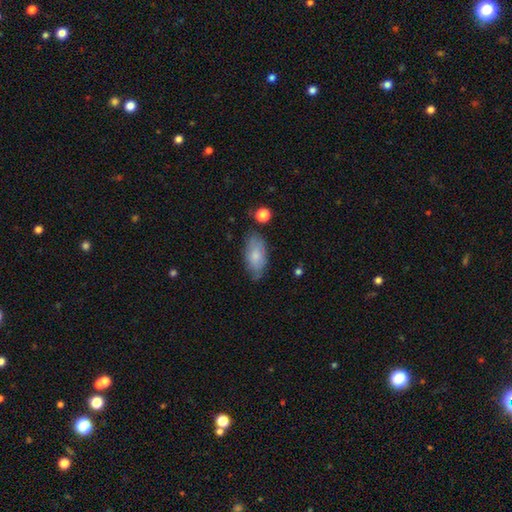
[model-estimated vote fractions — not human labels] smooth 72%, featured or disk 21%, star or artifact 7%. Down the decision tree: how rounded — in between (91%); merging — none (65%).